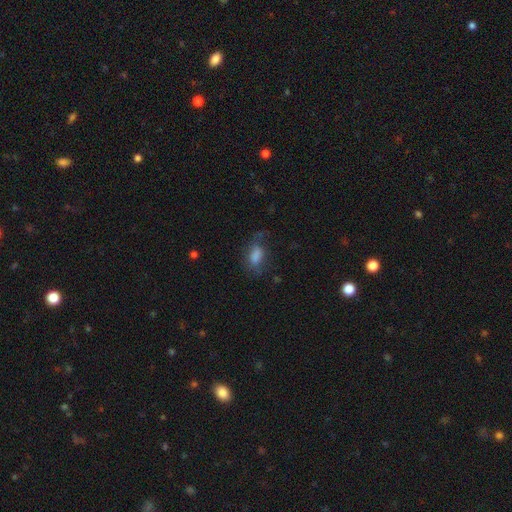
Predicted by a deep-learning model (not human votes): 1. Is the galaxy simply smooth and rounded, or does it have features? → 68% smooth, 18% featured or disk, 14% star or artifact.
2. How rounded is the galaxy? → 83% in between, 9% round, 8% cigar-shaped.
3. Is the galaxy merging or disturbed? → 55% none, 24% minor disturbance, 18% major disturbance, 2% merger.